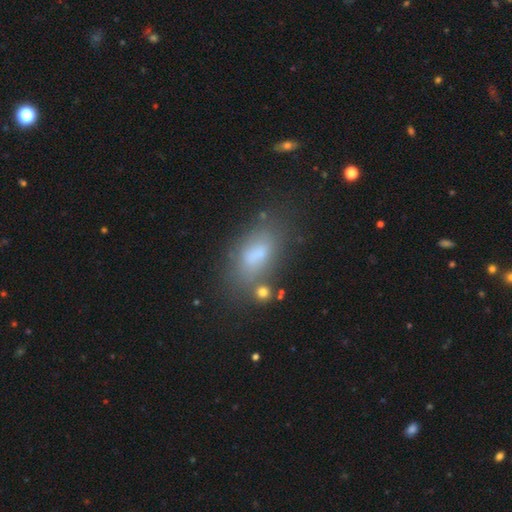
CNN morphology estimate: type=smooth (70%); roundness=in between (86%); merging=none (65%).